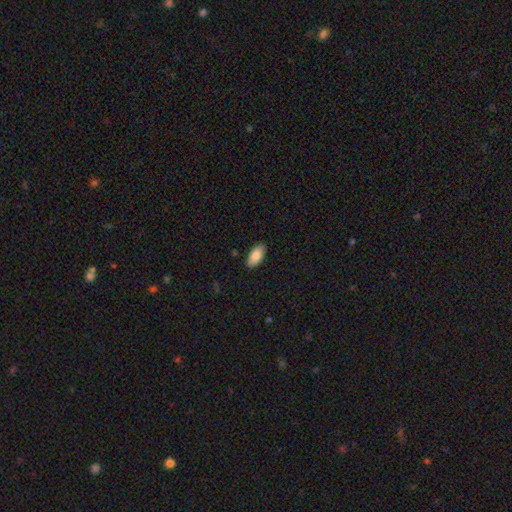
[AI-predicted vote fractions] This appears to be a smooth galaxy with no disk features (87%) that is in between round and cigar-shaped (93%). Merging: none (88%).